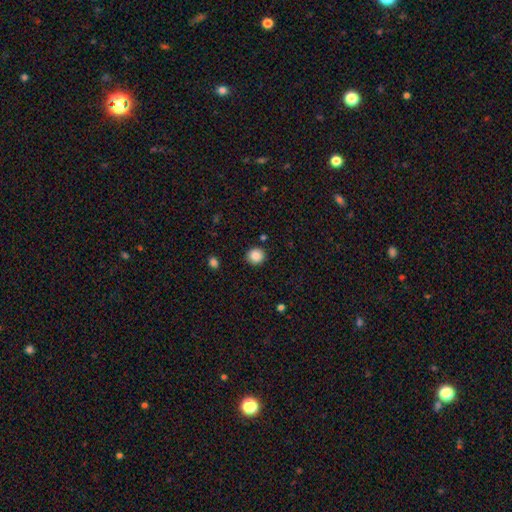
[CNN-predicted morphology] Smooth or featured? smooth (87%)
How rounded? round (92%)
Merging? none (89%)